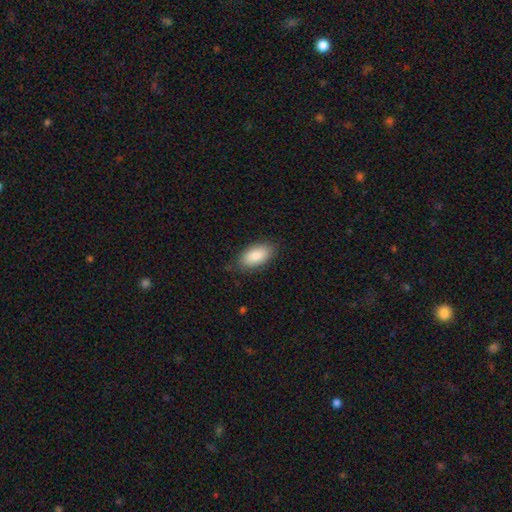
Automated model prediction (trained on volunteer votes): Smooth or featured: smooth — 86% (featured or disk — 8%)
How rounded: in between — 93% (cigar-shaped — 4%)
Merging: none — 82% (minor disturbance — 14%)